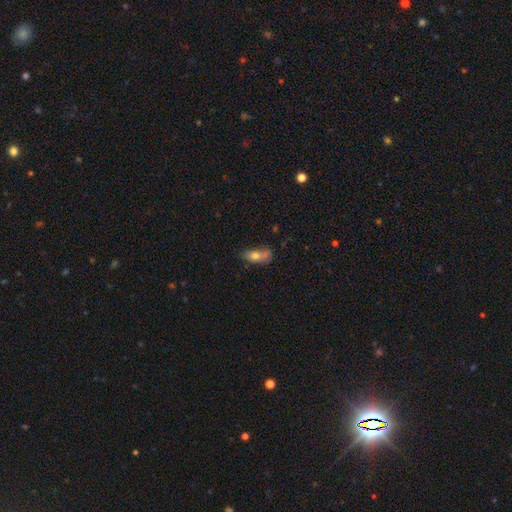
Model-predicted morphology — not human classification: type=smooth (67%); roundness=in between (79%); merging=none (43%).